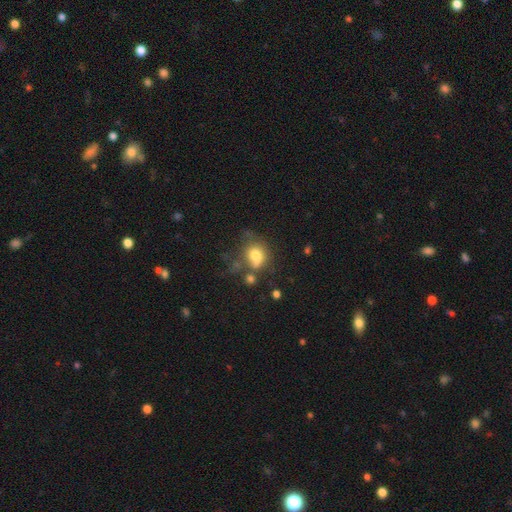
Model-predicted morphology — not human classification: smooth-or-featured: smooth: 72% | featured or disk: 17% | star or artifact: 11%
  how-rounded: in between: 52% | round: 47% | cigar-shaped: 2%
  merging: none: 34% | minor disturbance: 24% | major disturbance: 22% | merger: 21%